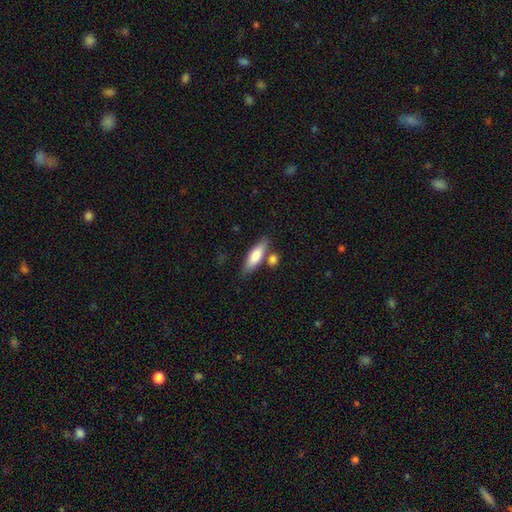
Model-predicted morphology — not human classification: Smooth or featured: smooth — 77% (featured or disk — 18%)
How rounded: in between — 51% (cigar-shaped — 46%)
Merging: none — 67% (merger — 17%)